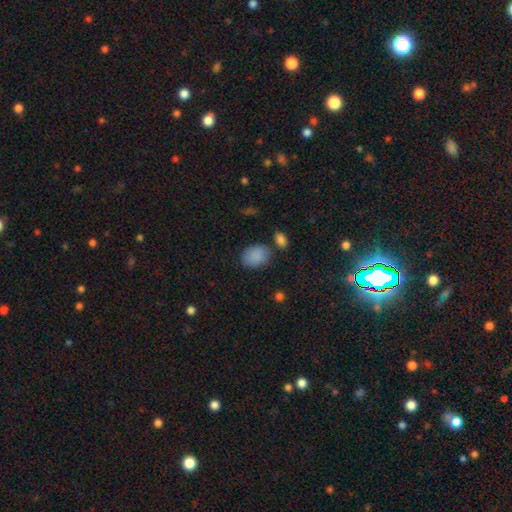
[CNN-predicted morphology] type=smooth (87%); roundness=in between (70%); merging=none (73%).